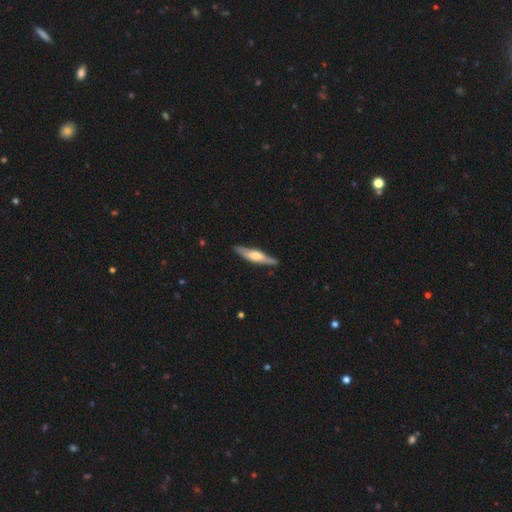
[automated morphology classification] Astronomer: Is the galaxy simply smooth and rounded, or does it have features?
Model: featured or disk — 57% (runner-up: smooth, 38%).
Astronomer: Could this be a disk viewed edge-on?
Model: yes — 88%.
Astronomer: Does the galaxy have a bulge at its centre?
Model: rounded — 77%.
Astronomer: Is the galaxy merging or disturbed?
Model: none — 84%.